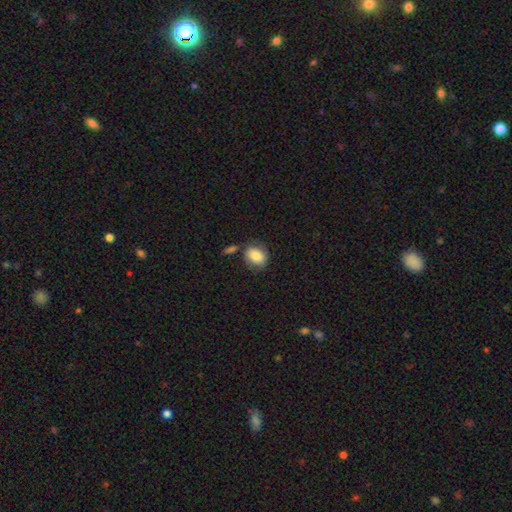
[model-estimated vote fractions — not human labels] A smooth galaxy with no disk features (84%) that is in between round and cigar-shaped (57%).

Vote fractions:
- Smooth or featured? smooth: 84% / featured or disk: 8% / star or artifact: 8%
- How rounded? in between: 57% / round: 42% / cigar-shaped: 1%
- Merging? none: 70% / minor disturbance: 15% / merger: 10% / major disturbance: 4%